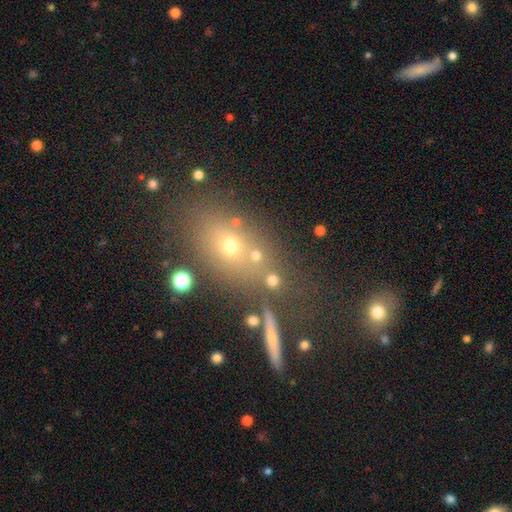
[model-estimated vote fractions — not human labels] Smooth or featured: smooth — 63% (star or artifact — 23%)
How rounded: round — 56% (in between — 41%)
Merging: none — 61% (merger — 21%)